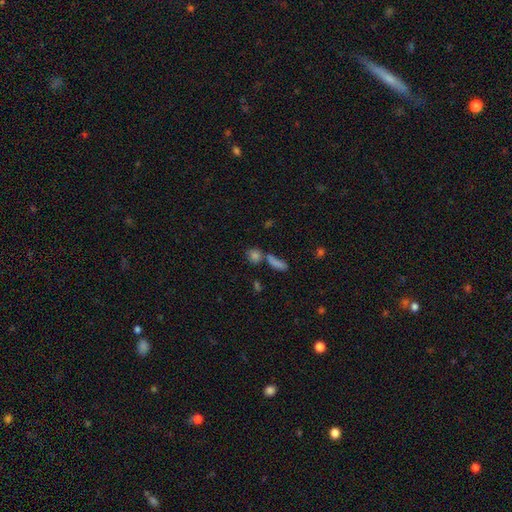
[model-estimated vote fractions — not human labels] Smooth or featured: smooth — 66% (star or artifact — 22%)
How rounded: round — 55% (in between — 30%)
Merging: none — 56% (merger — 30%)